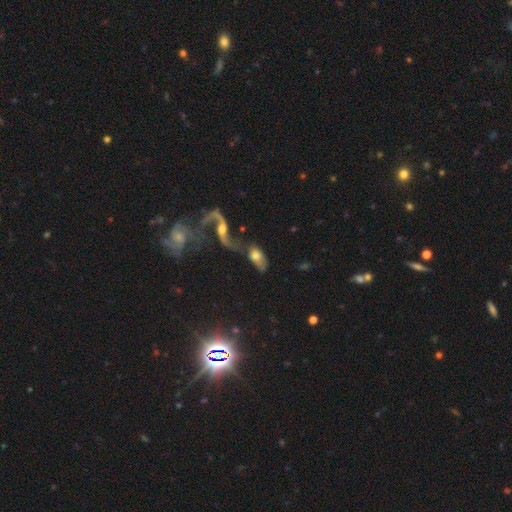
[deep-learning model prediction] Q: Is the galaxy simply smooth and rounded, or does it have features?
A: smooth — 51%.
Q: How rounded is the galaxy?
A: in between — 88%.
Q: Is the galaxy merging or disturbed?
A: merger — 47%.